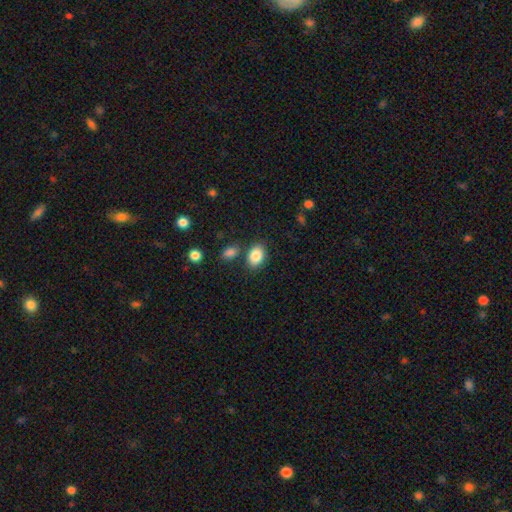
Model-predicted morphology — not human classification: smooth-or-featured: smooth: 86% | star or artifact: 8% | featured or disk: 6%
  how-rounded: in between: 83% | round: 16% | cigar-shaped: 1%
  merging: none: 79% | minor disturbance: 11% | merger: 7% | major disturbance: 3%